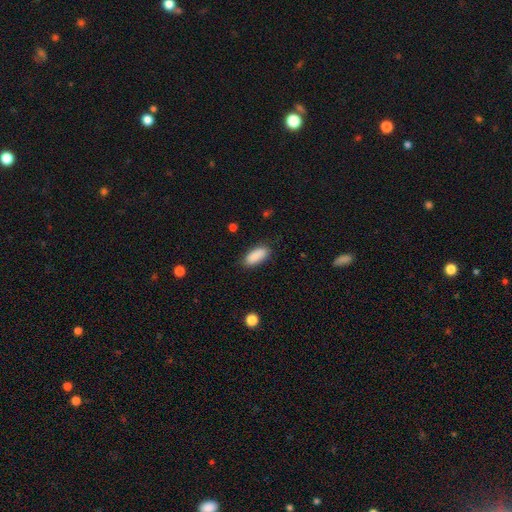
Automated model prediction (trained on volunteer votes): A smooth galaxy with no disk features (88%) that is in between round and cigar-shaped (83%). Merging: none (82%).